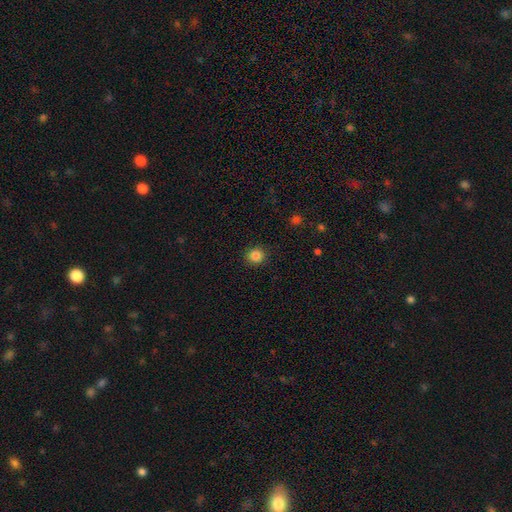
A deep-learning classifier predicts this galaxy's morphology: Q: Smooth or featured?
A: smooth (85%); runner-up: star or artifact (11%)
Q: How rounded?
A: round (89%); runner-up: in between (10%)
Q: Merging?
A: none (91%); runner-up: minor disturbance (6%)